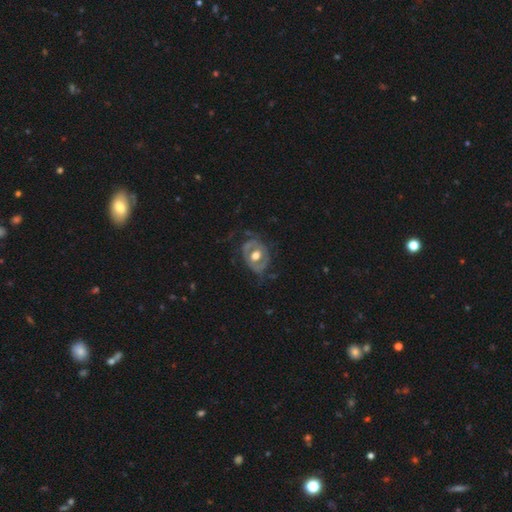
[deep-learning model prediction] Smooth or featured? Predicted: featured or disk (p=0.67). Edge-on disk? Predicted: no (p=0.95). Bar? Predicted: no (p=0.70). Spiral arms? Predicted: no (p=0.56). Bulge size? Predicted: moderate (p=0.66). Merging? Predicted: none (p=0.55).